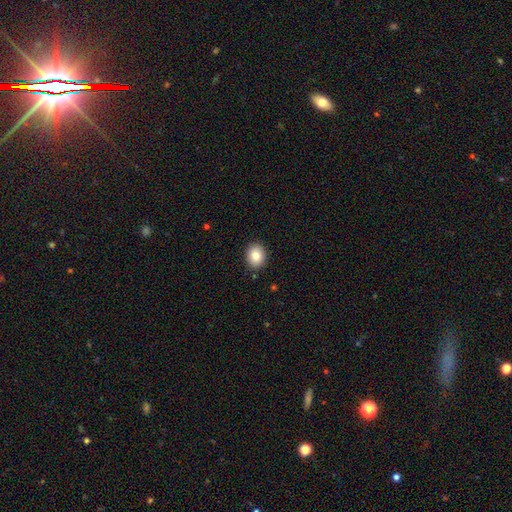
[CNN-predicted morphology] This is clearly a smooth galaxy (83%). How rounded: possibly round (52%). Merging: clearly none (90%).